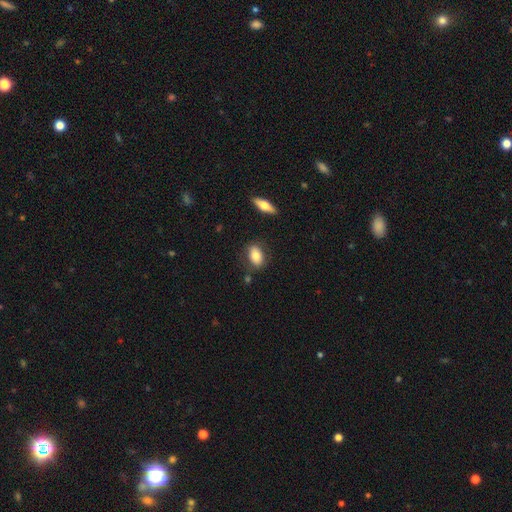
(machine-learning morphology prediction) smooth-or-featured: smooth: 79% | featured or disk: 14% | star or artifact: 7%
  how-rounded: in between: 86% | round: 9% | cigar-shaped: 5%
  merging: none: 80% | minor disturbance: 13% | merger: 4% | major disturbance: 3%